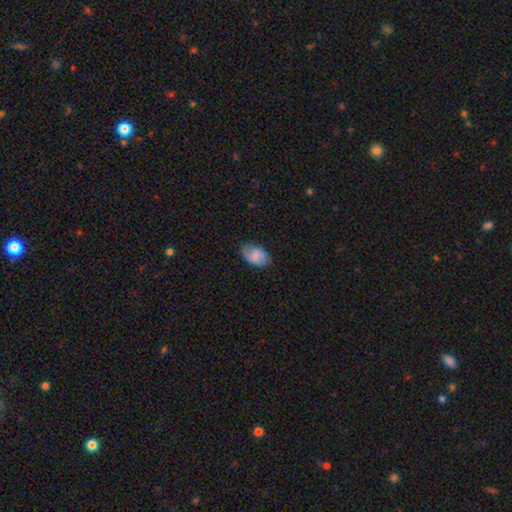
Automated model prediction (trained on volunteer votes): The model was most divided on "smooth or featured": smooth: 70%, featured or disk: 22%, star or artifact: 7%. More confident: how rounded — in between (91%); merging — none (76%).